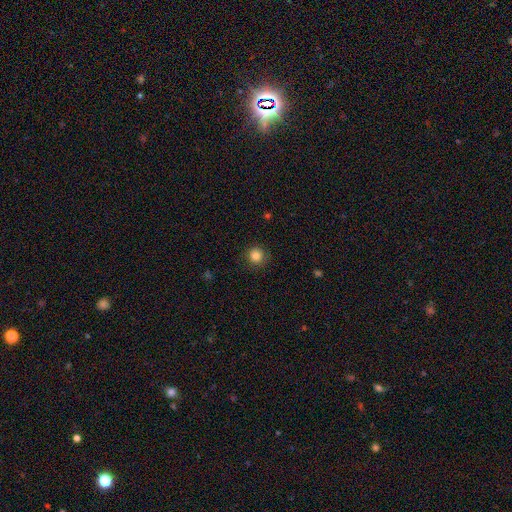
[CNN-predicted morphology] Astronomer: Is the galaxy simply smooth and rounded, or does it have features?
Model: smooth — 84%.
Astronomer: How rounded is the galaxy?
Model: round — 94%.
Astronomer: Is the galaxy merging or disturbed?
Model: none — 87%.